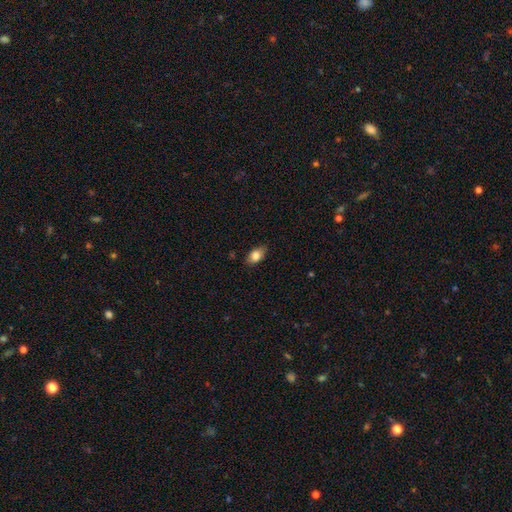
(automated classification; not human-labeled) A smooth galaxy with no disk features (82%) that is in between round and cigar-shaped (86%).

Vote fractions:
- Smooth or featured? smooth: 82% / featured or disk: 10% / star or artifact: 8%
- How rounded? in between: 86% / round: 11% / cigar-shaped: 4%
- Merging? none: 80% / minor disturbance: 17% / major disturbance: 3% / merger: 1%